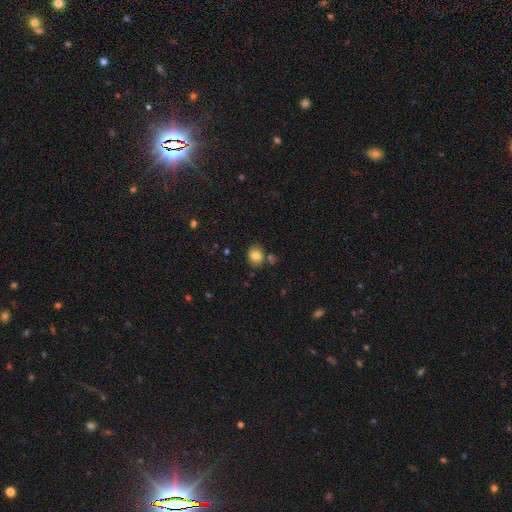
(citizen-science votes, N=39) This appears to be a smooth galaxy with no disk features (87%) that is round (68%). Merging: none (70%).